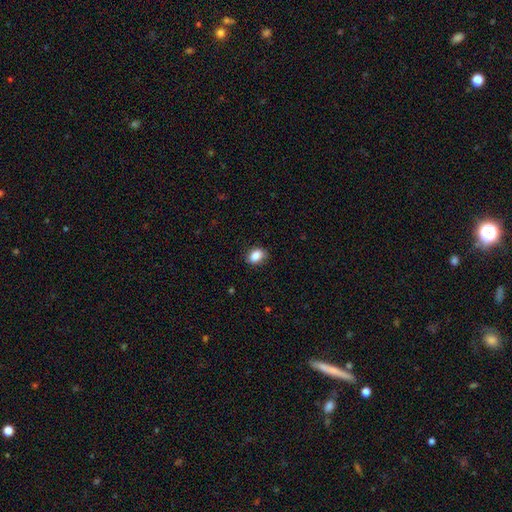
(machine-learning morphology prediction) type=smooth (88%); roundness=in between (76%); merging=none (84%).